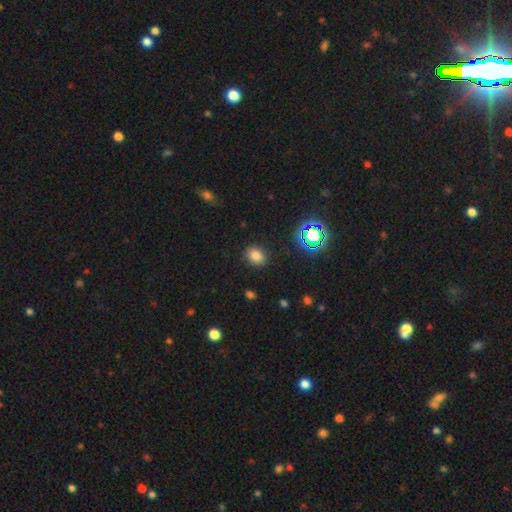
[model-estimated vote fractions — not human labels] smooth-or-featured: smooth: 77% | star or artifact: 17% | featured or disk: 6%
  how-rounded: in between: 53% | round: 46% | cigar-shaped: 1%
  merging: none: 87% | minor disturbance: 8% | major disturbance: 3% | merger: 1%